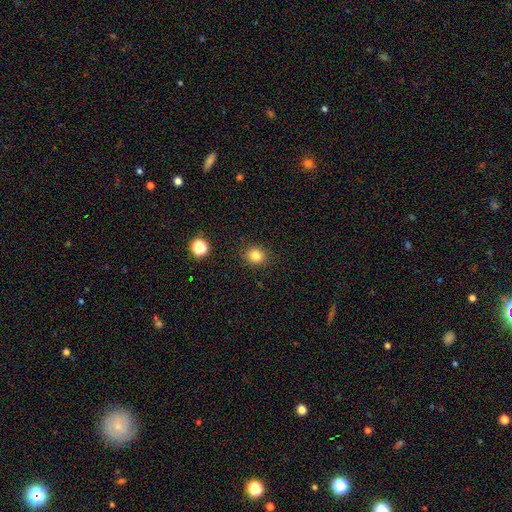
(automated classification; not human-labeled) A smooth galaxy with no disk features (82%) that is round (70%).

Vote fractions:
- Smooth or featured? smooth: 82% / star or artifact: 12% / featured or disk: 6%
- How rounded? round: 70% / in between: 29% / cigar-shaped: 1%
- Merging? none: 89% / minor disturbance: 7% / major disturbance: 2% / merger: 1%